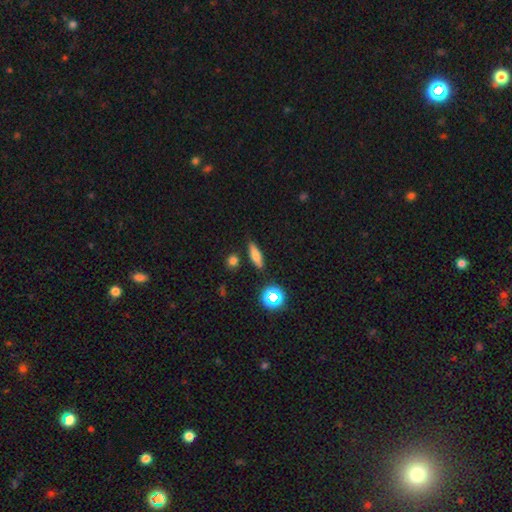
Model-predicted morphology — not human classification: smooth-or-featured: smooth: 70% | featured or disk: 16% | star or artifact: 14%
  how-rounded: cigar-shaped: 49% | in between: 44% | round: 7%
  merging: none: 82% | minor disturbance: 11% | merger: 4% | major disturbance: 3%